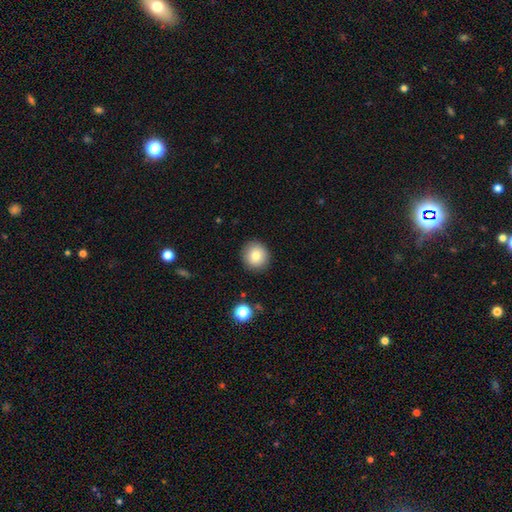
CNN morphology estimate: smooth 80%, star or artifact 10%, featured or disk 10%. Down the decision tree: how rounded — round (92%); merging — none (90%).